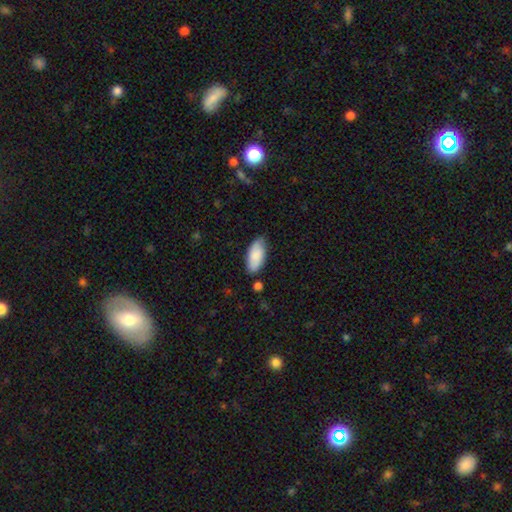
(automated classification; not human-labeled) A smooth galaxy with no disk features (84%) that is in between round and cigar-shaped (91%). Merging: none (76%).